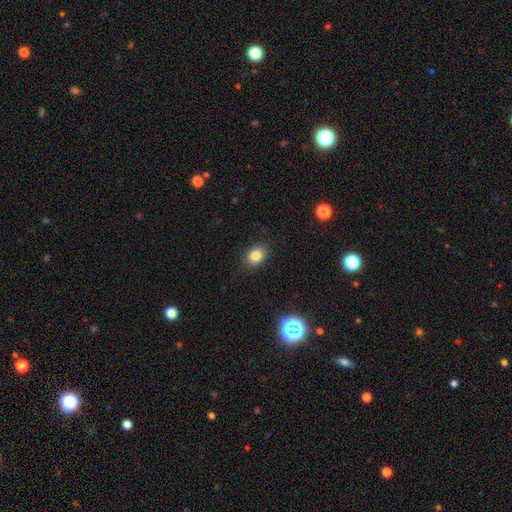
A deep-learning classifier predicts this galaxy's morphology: Smooth or featured?
  - smooth: 82% *
  - star or artifact: 11%
  - featured or disk: 7%
How rounded?
  - in between: 66% *
  - round: 33%
  - cigar-shaped: 1%
Merging?
  - none: 87% *
  - minor disturbance: 10%
  - major disturbance: 2%
  - merger: 1%